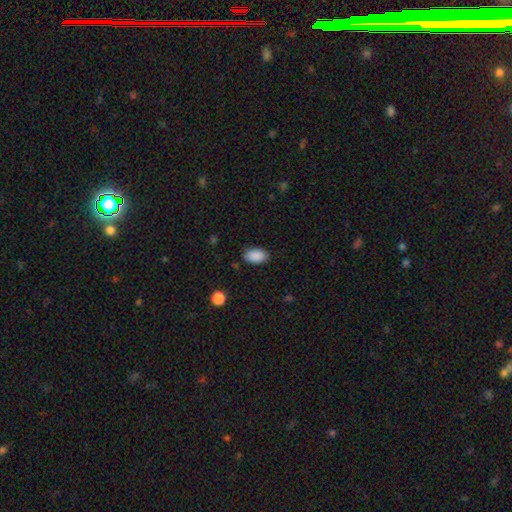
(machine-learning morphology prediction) This is clearly a smooth galaxy (90%). How rounded: clearly in between (94%). Merging: clearly none (86%).